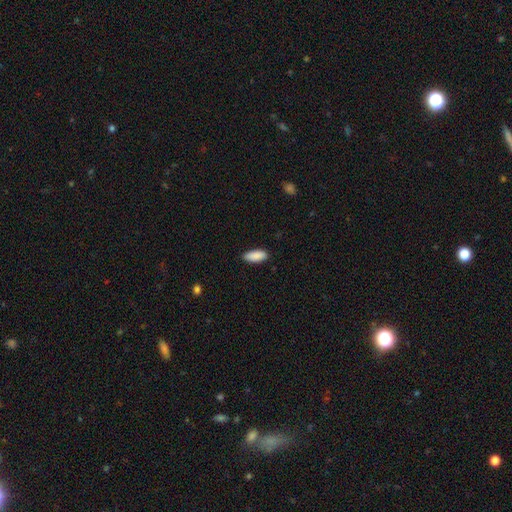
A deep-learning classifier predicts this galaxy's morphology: A smooth galaxy with no disk features (90%) that is in between round and cigar-shaped (81%). Merging: none (88%).